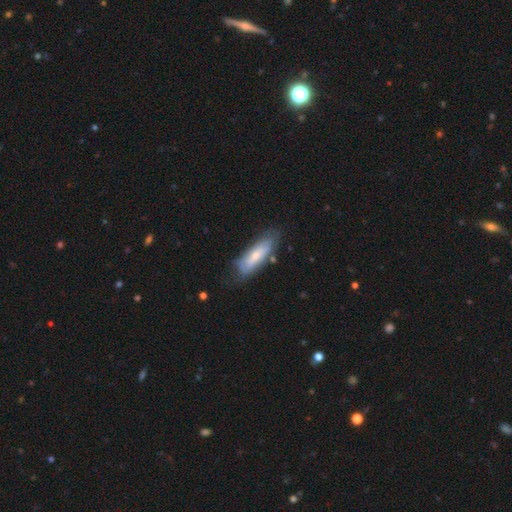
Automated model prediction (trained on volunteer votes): smooth 54%, featured or disk 39%, star or artifact 6%. Down the decision tree: how rounded — in between (53%); merging — none (65%).